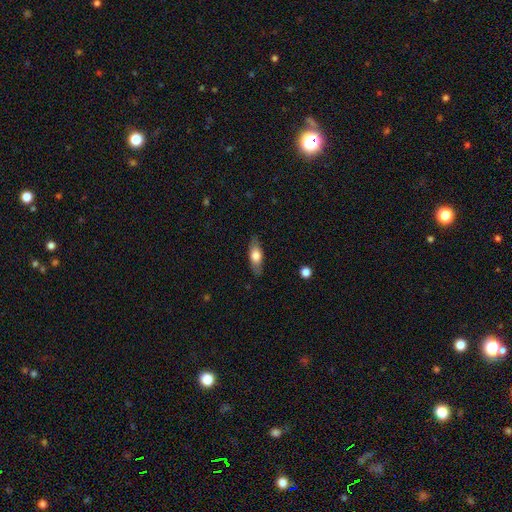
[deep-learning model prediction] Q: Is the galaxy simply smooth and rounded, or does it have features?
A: smooth — 64%.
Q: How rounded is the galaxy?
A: in between — 68%.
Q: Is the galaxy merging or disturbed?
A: none — 83%.